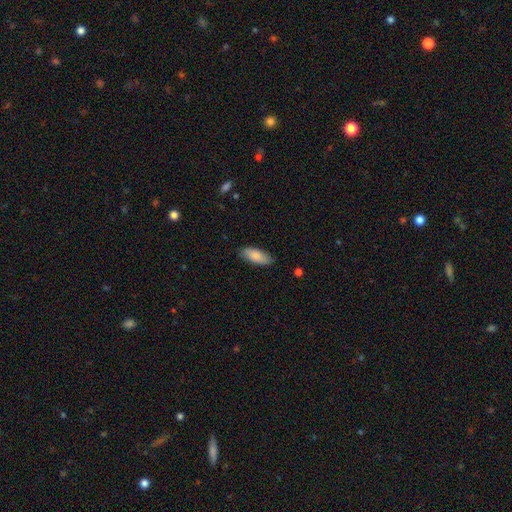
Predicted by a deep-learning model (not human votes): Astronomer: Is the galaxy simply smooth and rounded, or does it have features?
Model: smooth — 85%.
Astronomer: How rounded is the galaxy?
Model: in between — 77%.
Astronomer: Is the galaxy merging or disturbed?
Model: none — 86%.